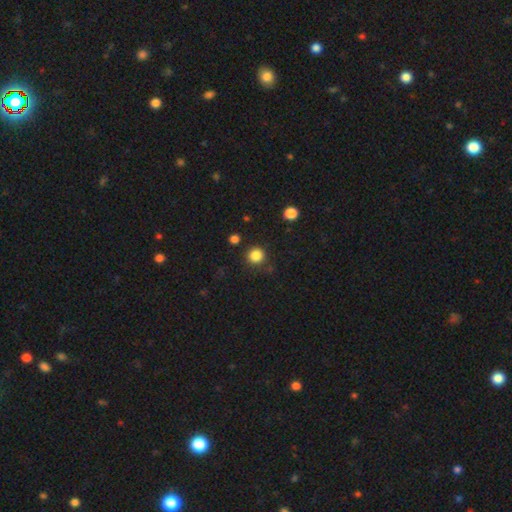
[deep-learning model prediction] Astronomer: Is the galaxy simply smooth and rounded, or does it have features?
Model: smooth — 85%.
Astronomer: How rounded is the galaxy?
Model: round — 93%.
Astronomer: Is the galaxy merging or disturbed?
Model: none — 85%.